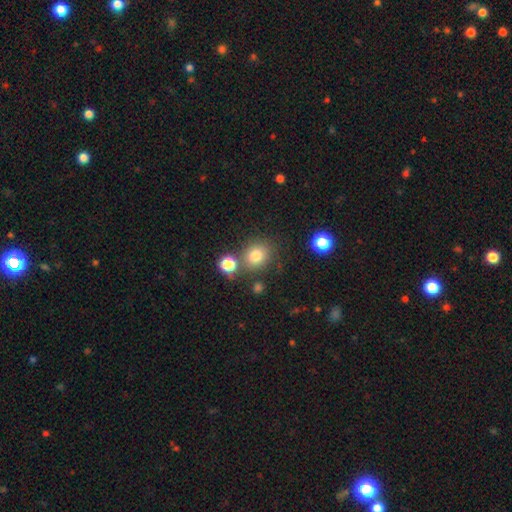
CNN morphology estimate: This appears to be a smooth galaxy with no disk features (77%) that is round (75%). Merging: none (73%).